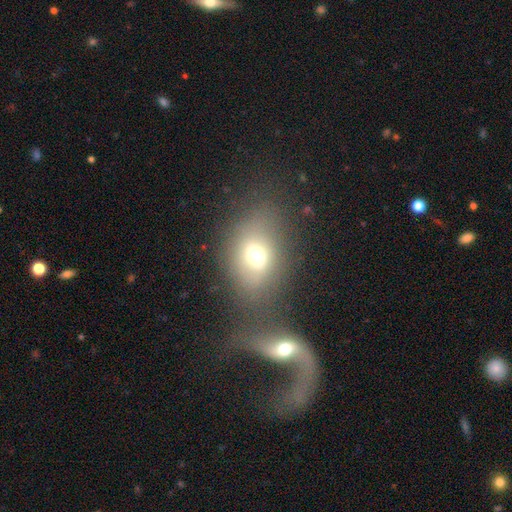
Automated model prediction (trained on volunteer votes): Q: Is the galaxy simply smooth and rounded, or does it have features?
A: smooth — 66%.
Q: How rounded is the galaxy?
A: in between — 72%.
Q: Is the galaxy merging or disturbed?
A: none — 42%.